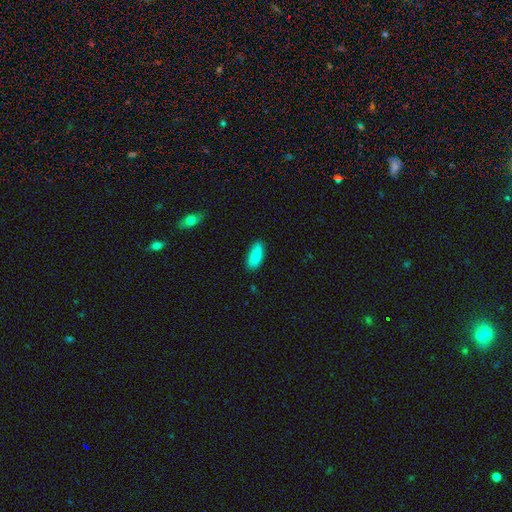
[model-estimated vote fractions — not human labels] Morphology: type=smooth (86%); roundness=in between (88%); merging=none (82%).